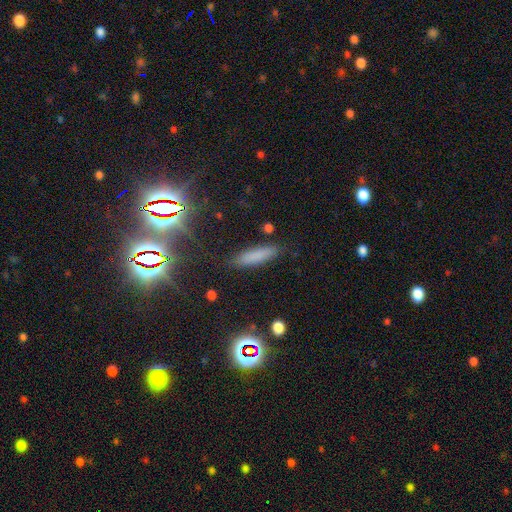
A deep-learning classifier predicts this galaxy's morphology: smooth-or-featured: smooth: 70% | star or artifact: 19% | featured or disk: 11%
  how-rounded: cigar-shaped: 75% | in between: 23% | round: 2%
  merging: none: 86% | minor disturbance: 9% | major disturbance: 3% | merger: 2%